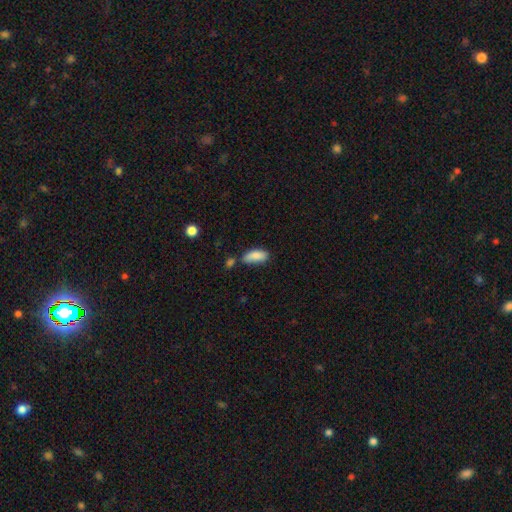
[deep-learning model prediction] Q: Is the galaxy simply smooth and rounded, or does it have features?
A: smooth — 85%.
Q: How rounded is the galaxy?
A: in between — 84%.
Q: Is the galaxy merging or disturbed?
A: none — 55%.